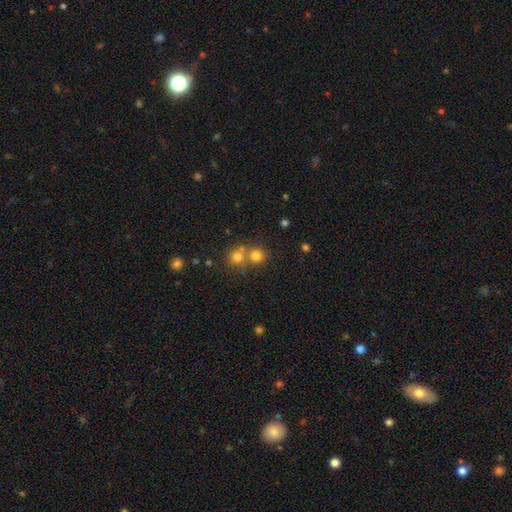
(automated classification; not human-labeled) This is likely a smooth galaxy (75%). How rounded: clearly round (85%). Merging: possibly none (50%).